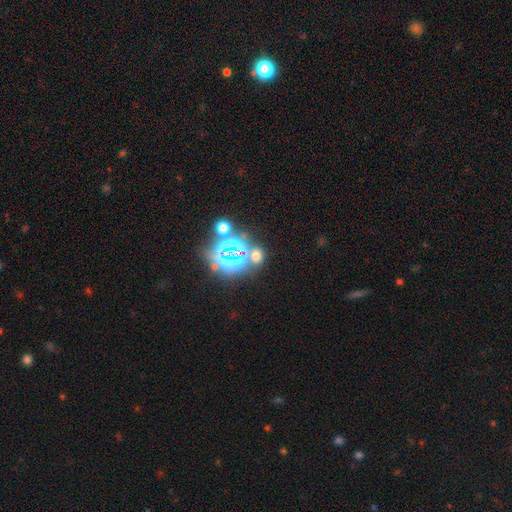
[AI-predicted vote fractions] smooth_or_featured: star or artifact (p=0.49) [alt: smooth p=0.43]